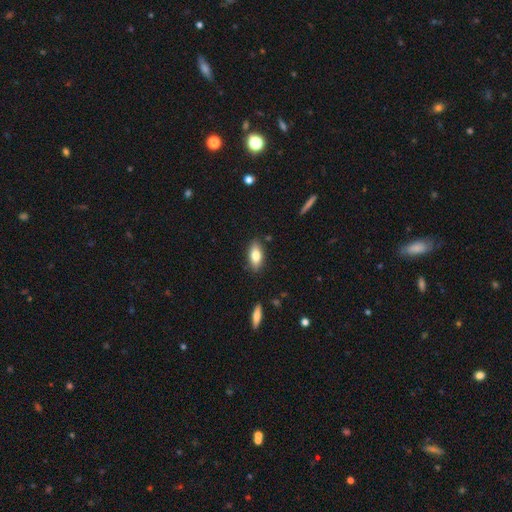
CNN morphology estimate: This appears to be a smooth galaxy with no disk features (76%) that is in between round and cigar-shaped (84%). Merging: none (84%).